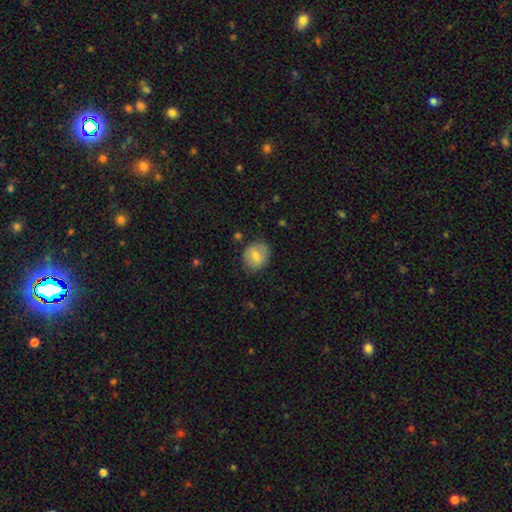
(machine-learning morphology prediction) A smooth galaxy with no disk features (72%) that is round (69%). Merging: none (78%).